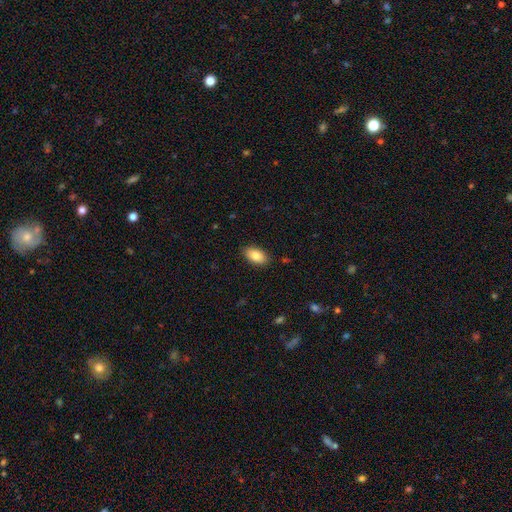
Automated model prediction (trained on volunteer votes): Morphology: type=smooth (86%); roundness=in between (93%); merging=none (88%).